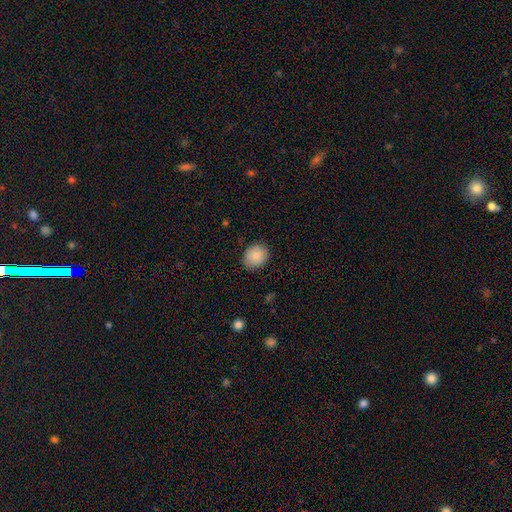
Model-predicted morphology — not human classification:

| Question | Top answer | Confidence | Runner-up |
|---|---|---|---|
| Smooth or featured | smooth | 85% | star or artifact (8%) |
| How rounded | round | 65% | in between (34%) |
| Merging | none | 84% | minor disturbance (13%) |